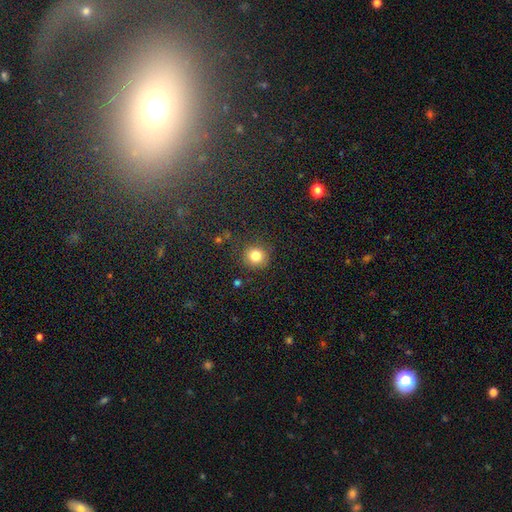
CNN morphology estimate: Smooth or featured? smooth (82%)
How rounded? round (92%)
Merging? none (87%)